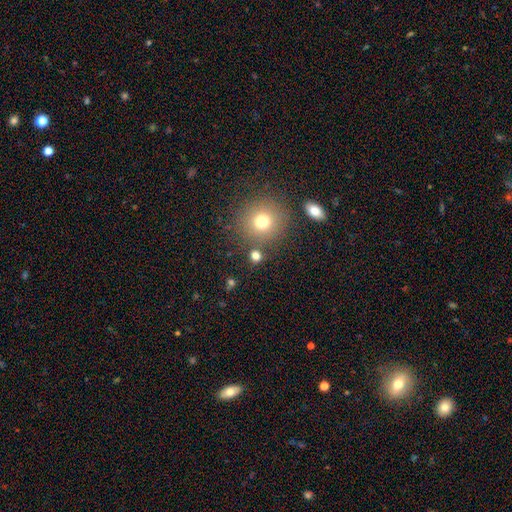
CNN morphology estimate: smooth_or_featured: smooth (p=0.74) [alt: star or artifact p=0.19]
how_rounded: round (p=0.86) [alt: in between p=0.12]
merging: none (p=0.79) [alt: merger p=0.09]